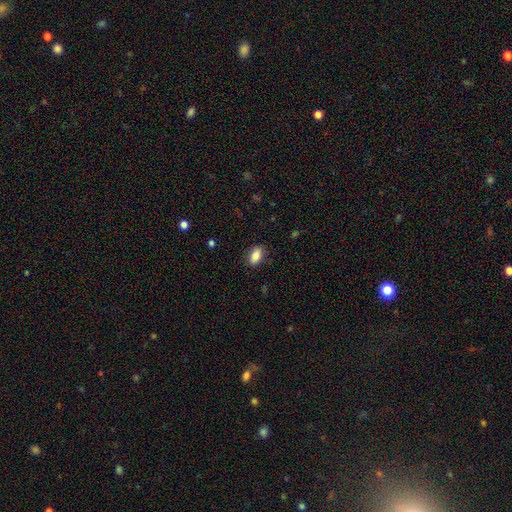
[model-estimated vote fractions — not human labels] A smooth galaxy with no disk features (85%) that is in between round and cigar-shaped (90%). Merging: none (86%).